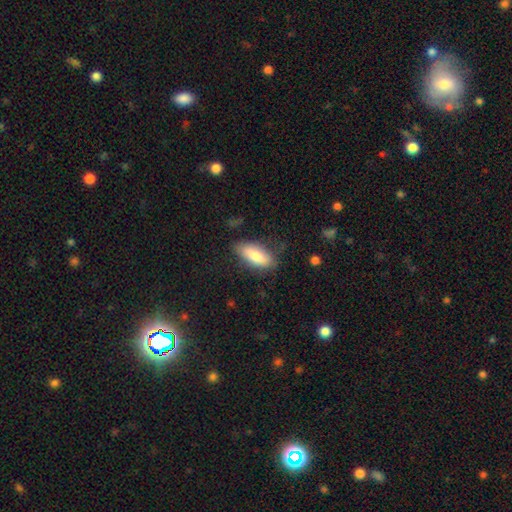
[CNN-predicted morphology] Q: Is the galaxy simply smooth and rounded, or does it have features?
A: smooth — 78%.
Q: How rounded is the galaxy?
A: in between — 74%.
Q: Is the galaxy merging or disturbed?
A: none — 75%.